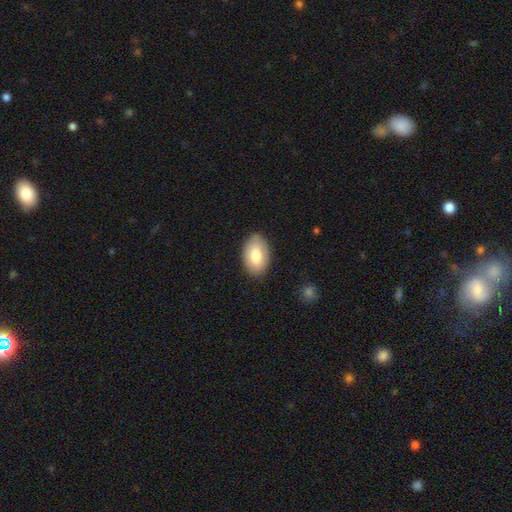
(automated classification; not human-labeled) Smooth or featured? Predicted: smooth (p=0.76). How rounded? Predicted: in between (p=0.92). Merging? Predicted: none (p=0.85).